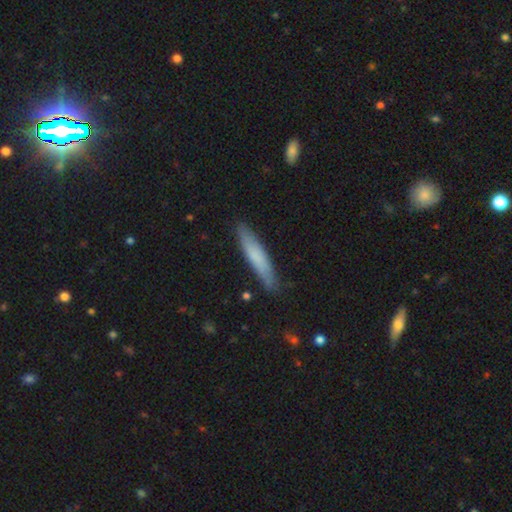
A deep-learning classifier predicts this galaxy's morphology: Smooth or featured?
  - smooth: 73% *
  - featured or disk: 22%
  - star or artifact: 6%
How rounded?
  - cigar-shaped: 90% *
  - in between: 9%
  - round: 1%
Merging?
  - none: 85% *
  - minor disturbance: 11%
  - major disturbance: 2%
  - merger: 1%